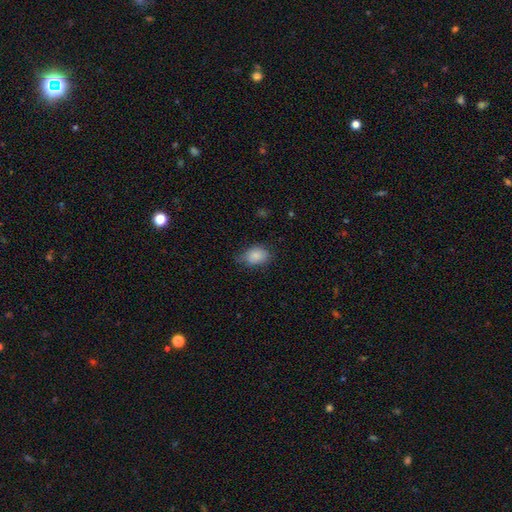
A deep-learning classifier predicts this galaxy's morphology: Smooth or featured?
  - smooth: 86% *
  - star or artifact: 8%
  - featured or disk: 7%
How rounded?
  - in between: 80% *
  - round: 19%
  - cigar-shaped: 1%
Merging?
  - none: 65% *
  - minor disturbance: 28%
  - major disturbance: 6%
  - merger: 1%